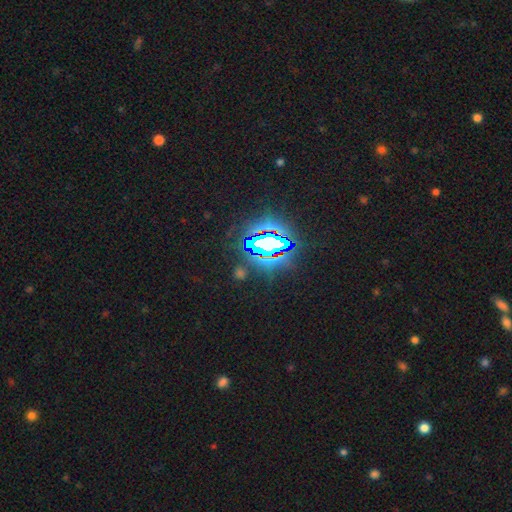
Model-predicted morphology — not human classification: This appears to be a star or artifact, not a galaxy (85%).